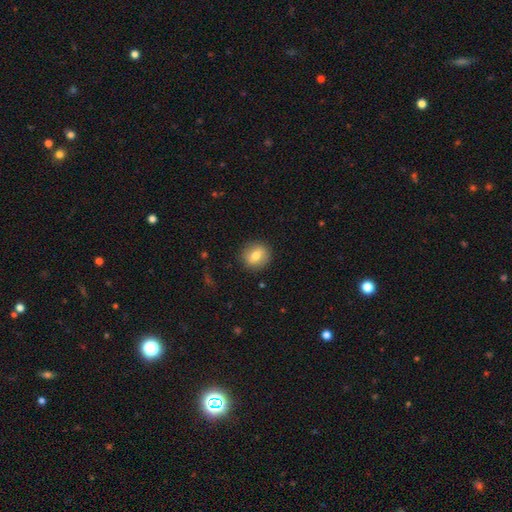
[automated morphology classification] smooth-or-featured: smooth: 71% | featured or disk: 21% | star or artifact: 9%
  how-rounded: round: 80% | in between: 19% | cigar-shaped: 1%
  merging: none: 87% | minor disturbance: 9% | major disturbance: 3% | merger: 1%